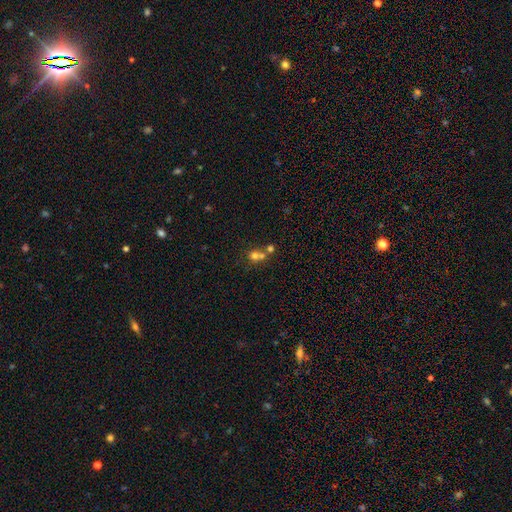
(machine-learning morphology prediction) Smooth or featured: smooth — 66% (star or artifact — 18%)
How rounded: round — 82% (in between — 17%)
Merging: merger — 54% (none — 37%)